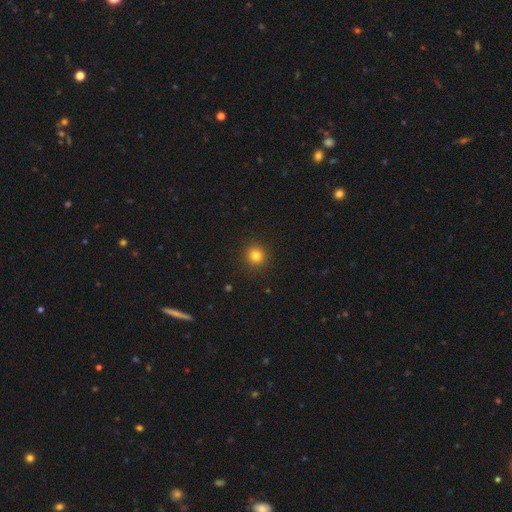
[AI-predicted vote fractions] The model was most divided on "smooth or featured": smooth: 82%, star or artifact: 13%, featured or disk: 5%. More confident: how rounded — round (93%); merging — none (92%).